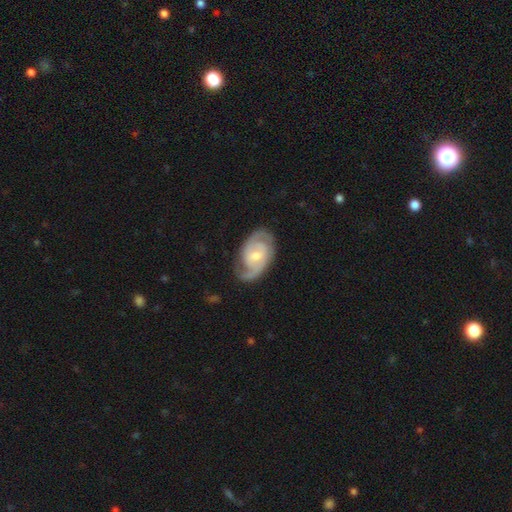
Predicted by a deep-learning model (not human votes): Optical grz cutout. It shows a featured or disk galaxy (85%) with a weak bar (51%), 2 (84%) medium (45%) spiral arms (96%) and a moderate central bulge (55%). Merging: none (76%).